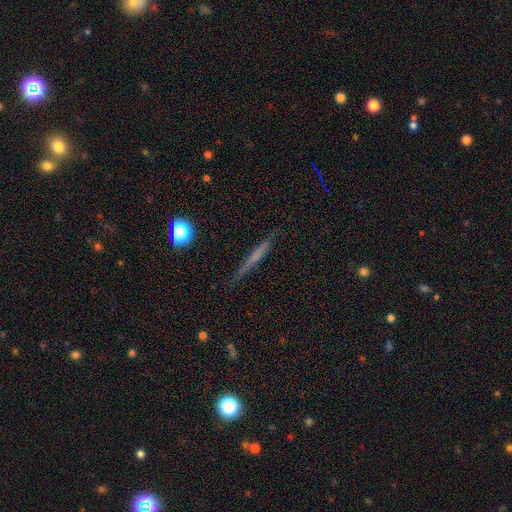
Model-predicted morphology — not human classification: featured or disk 46%, smooth 45%, star or artifact 9%. Down the decision tree: merging — none (87%).